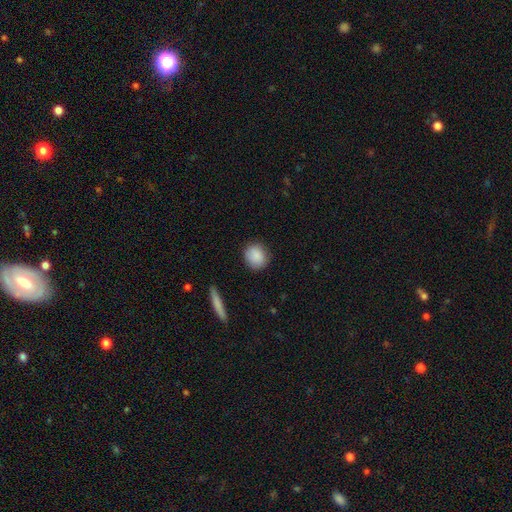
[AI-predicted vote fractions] This is clearly a smooth galaxy (88%). How rounded: clearly round (85%). Merging: clearly none (86%).